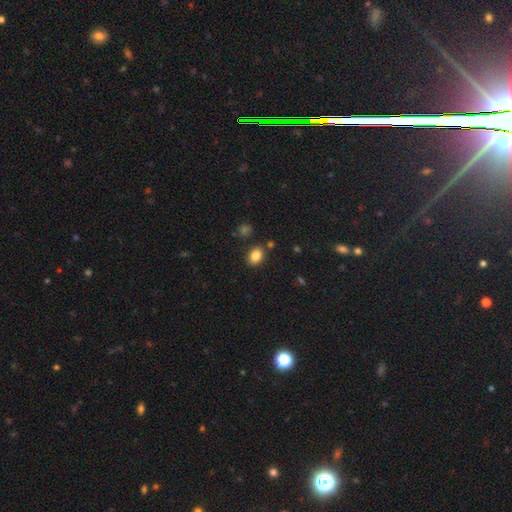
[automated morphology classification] Smooth or featured: smooth — 85% (star or artifact — 10%)
How rounded: in between — 71% (round — 27%)
Merging: none — 82% (minor disturbance — 10%)